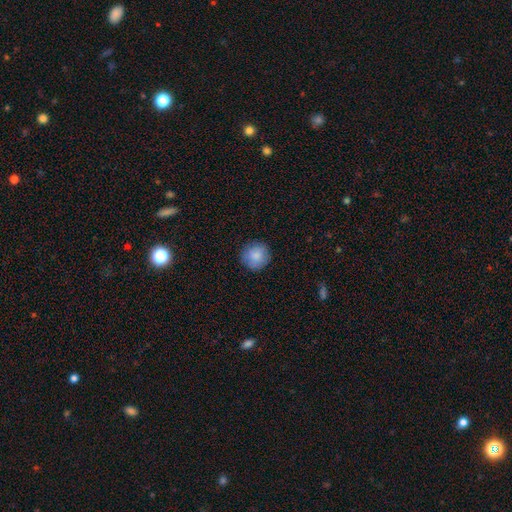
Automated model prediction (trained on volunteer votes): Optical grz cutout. It shows a smooth galaxy with no disk features (86%) that is round (94%). Merging: none (87%).